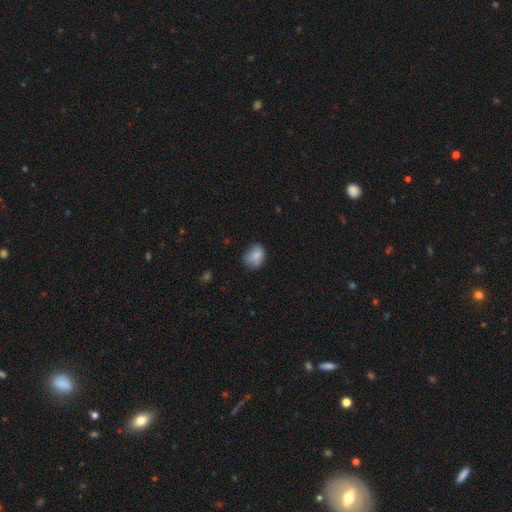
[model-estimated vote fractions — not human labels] Q: Smooth or featured?
A: smooth (81%); runner-up: featured or disk (11%)
Q: How rounded?
A: in between (61%); runner-up: round (38%)
Q: Merging?
A: none (66%); runner-up: minor disturbance (27%)